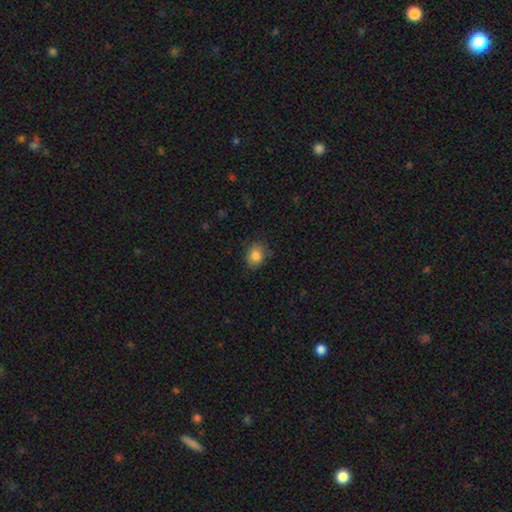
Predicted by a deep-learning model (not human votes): Overall: smooth (84%). How rounded: in between (55%; round 44%). Merging: none (76%).